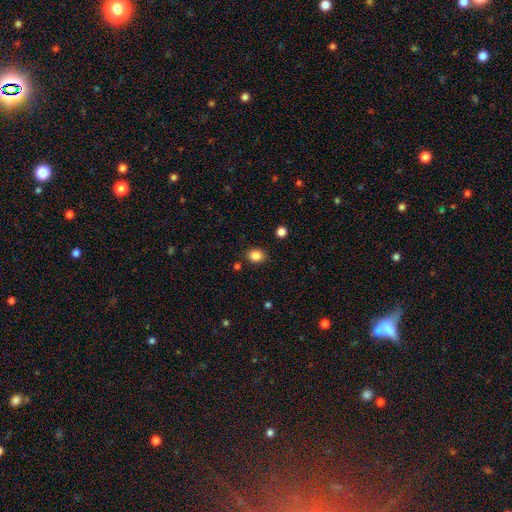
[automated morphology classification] smooth_or_featured: smooth (p=0.85) [alt: star or artifact p=0.11]
how_rounded: round (p=0.58) [alt: in between p=0.41]
merging: none (p=0.85) [alt: minor disturbance p=0.10]